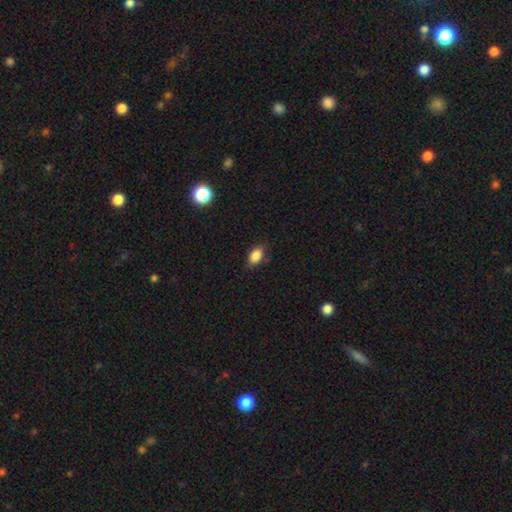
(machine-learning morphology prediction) smooth 86%, star or artifact 9%, featured or disk 5%. Down the decision tree: how rounded — in between (86%); merging — none (79%).